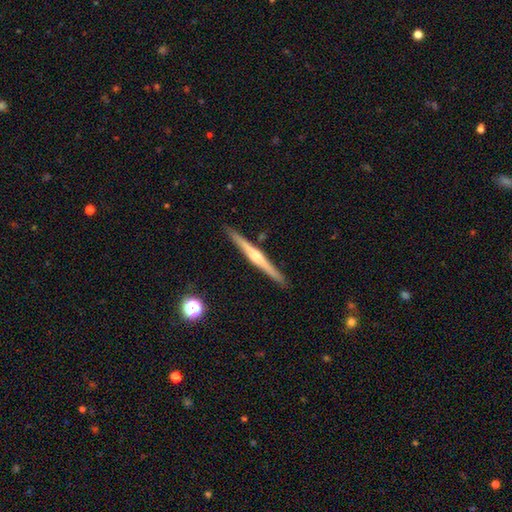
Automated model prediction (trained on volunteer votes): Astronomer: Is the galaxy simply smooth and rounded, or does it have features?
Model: featured or disk — 72%.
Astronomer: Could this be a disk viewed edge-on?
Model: yes — 98%.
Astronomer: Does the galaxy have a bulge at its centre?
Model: rounded — 72%.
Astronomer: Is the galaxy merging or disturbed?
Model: none — 91%.